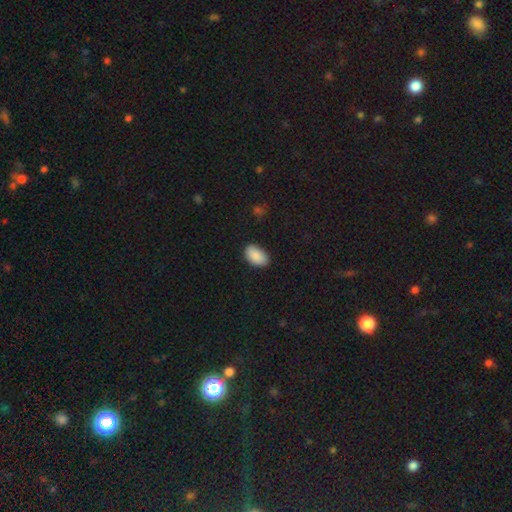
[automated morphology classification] This is clearly a smooth galaxy (90%). How rounded: clearly in between (94%). Merging: clearly none (86%).